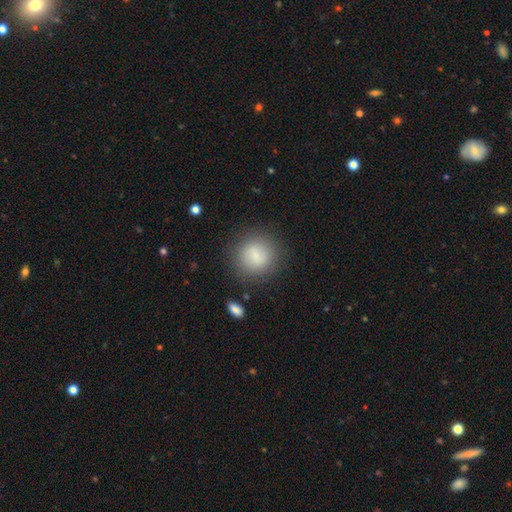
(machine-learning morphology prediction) Smooth or featured? Predicted: smooth (p=0.83). How rounded? Predicted: round (p=0.89). Merging? Predicted: none (p=0.84).